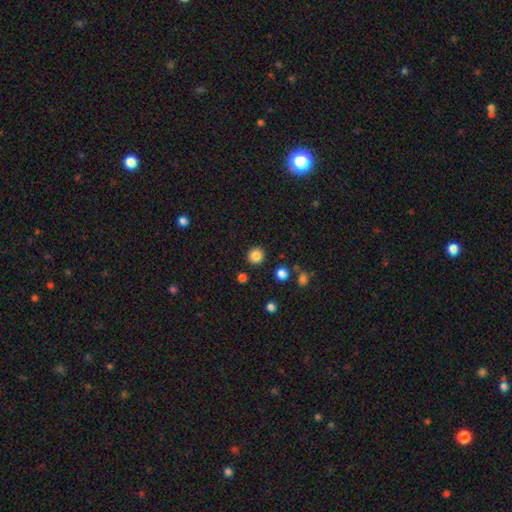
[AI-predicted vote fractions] Q: Smooth or featured?
A: smooth (85%); runner-up: star or artifact (12%)
Q: How rounded?
A: round (94%); runner-up: in between (5%)
Q: Merging?
A: none (90%); runner-up: minor disturbance (5%)